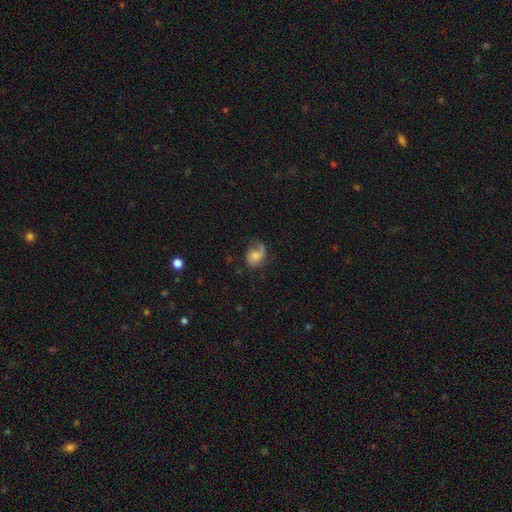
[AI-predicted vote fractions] smooth-or-featured: featured or disk: 53% | smooth: 38% | star or artifact: 9%
  disk-edge-on: no: 97% | yes: 3%
    bar: no: 72% | weak: 25% | strong: 4%
    has-spiral-arms: yes: 86% | no: 14%
    bulge-size: small: 40% | moderate: 37% | none: 13% | large: 8% | dominant: 2%
  merging: none: 45% | major disturbance: 28% | minor disturbance: 24% | merger: 3%